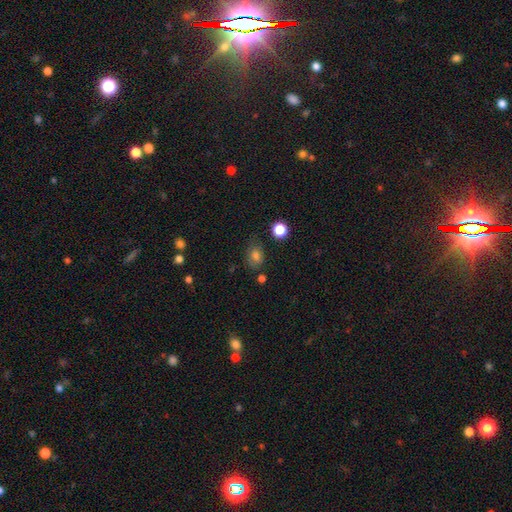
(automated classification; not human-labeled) A smooth galaxy with no disk features (77%) that is in between round and cigar-shaped (62%).

Vote fractions:
- Smooth or featured? smooth: 77% / star or artifact: 15% / featured or disk: 8%
- How rounded? in between: 62% / round: 36% / cigar-shaped: 1%
- Merging? none: 67% / minor disturbance: 21% / major disturbance: 7% / merger: 4%